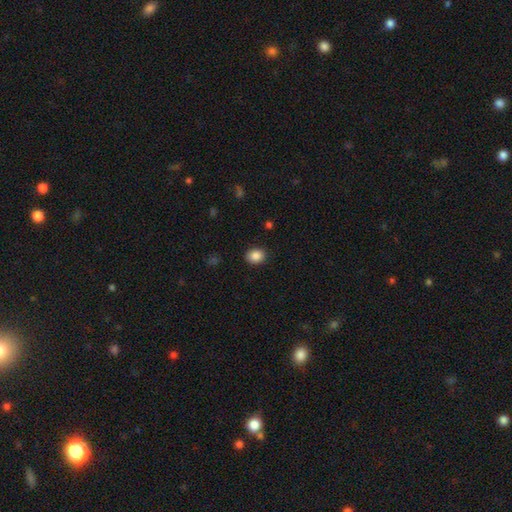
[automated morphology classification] smooth_or_featured: smooth (p=0.88) [alt: star or artifact p=0.09]
how_rounded: round (p=0.52) [alt: in between p=0.47]
merging: none (p=0.89) [alt: minor disturbance p=0.08]